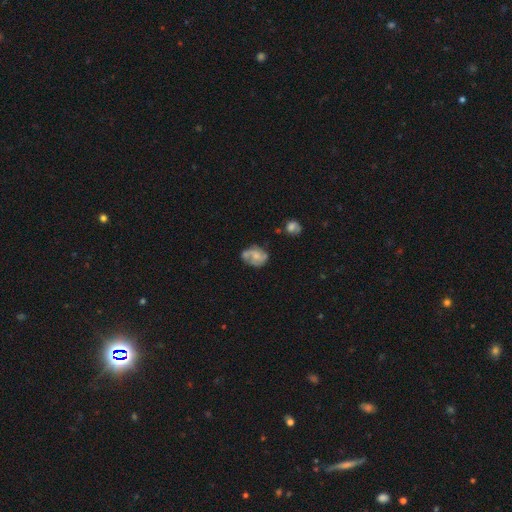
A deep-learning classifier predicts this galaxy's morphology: Smooth or featured?
  - featured or disk: 58% *
  - smooth: 34%
  - star or artifact: 8%
Edge-on disk?
  - no: 97% *
  - yes: 3%
Bar?
  - no: 68% *
  - weak: 27%
  - strong: 4%
Spiral arms?
  - yes: 77% *
  - no: 23%
Bulge size?
  - small: 39% *
  - moderate: 33%
  - none: 23%
  - large: 4%
  - dominant: 1%
Merging?
  - none: 52% *
  - minor disturbance: 27%
  - major disturbance: 14%
  - merger: 7%